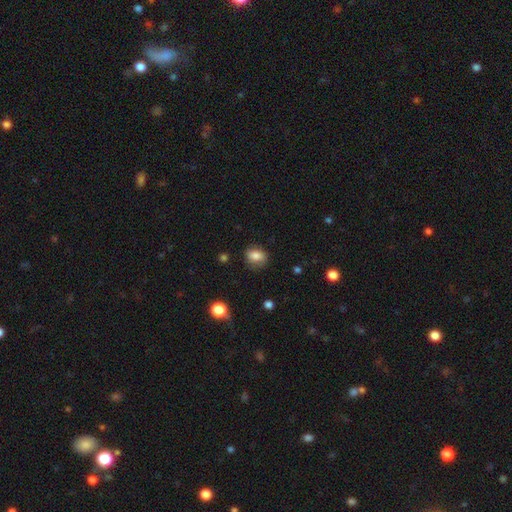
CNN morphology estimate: A smooth galaxy with no disk features (80%) that is in between round and cigar-shaped (54%).

Vote fractions:
- Smooth or featured? smooth: 80% / featured or disk: 10% / star or artifact: 9%
- How rounded? in between: 54% / round: 44% / cigar-shaped: 1%
- Merging? none: 75% / minor disturbance: 18% / major disturbance: 5% / merger: 1%